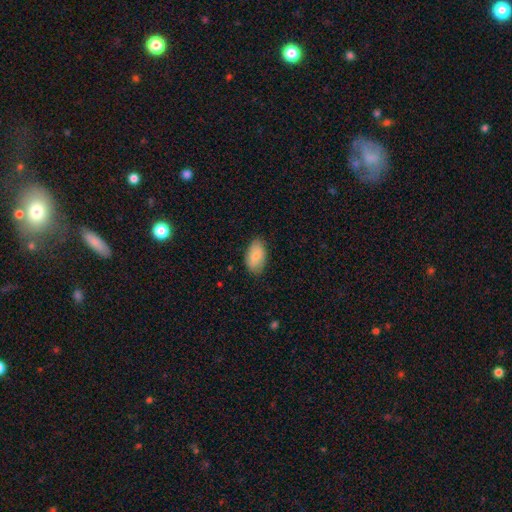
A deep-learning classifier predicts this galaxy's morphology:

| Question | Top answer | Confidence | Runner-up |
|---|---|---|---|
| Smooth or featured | smooth | 82% | featured or disk (12%) |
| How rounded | in between | 94% | round (3%) |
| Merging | none | 80% | minor disturbance (16%) |